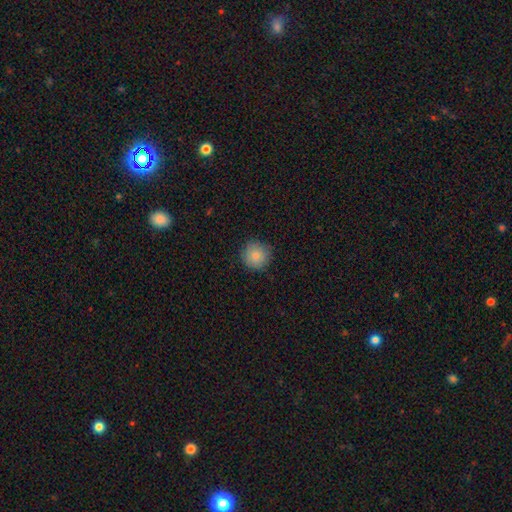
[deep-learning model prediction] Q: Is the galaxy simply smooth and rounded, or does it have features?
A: smooth — 84%.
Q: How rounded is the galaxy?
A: round — 94%.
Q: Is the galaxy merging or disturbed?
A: none — 86%.